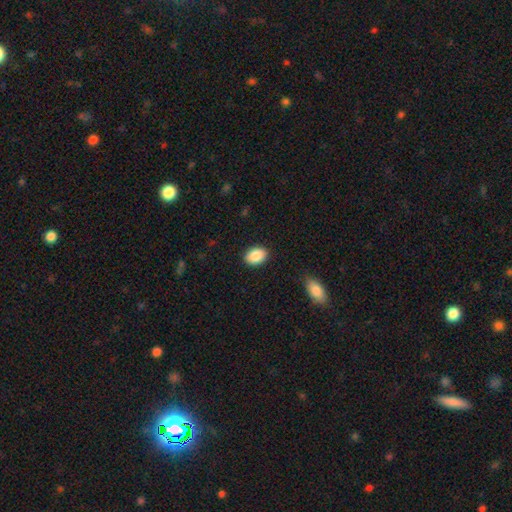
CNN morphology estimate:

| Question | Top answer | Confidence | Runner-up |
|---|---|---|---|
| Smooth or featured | smooth | 89% | star or artifact (7%) |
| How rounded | in between | 78% | round (21%) |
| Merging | none | 88% | minor disturbance (8%) |